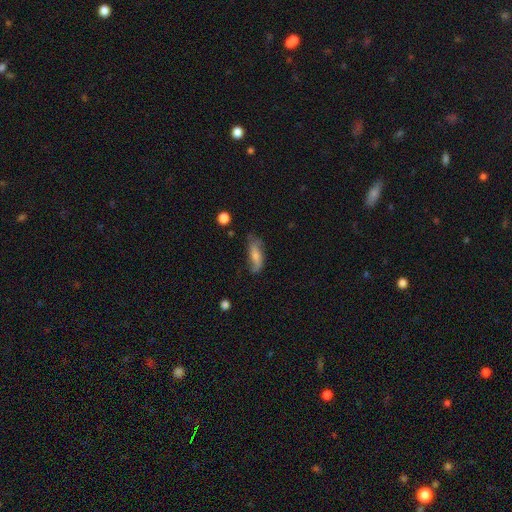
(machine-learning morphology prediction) A smooth galaxy with no disk features (51%) that is in between round and cigar-shaped (65%). Merging: none (57%).